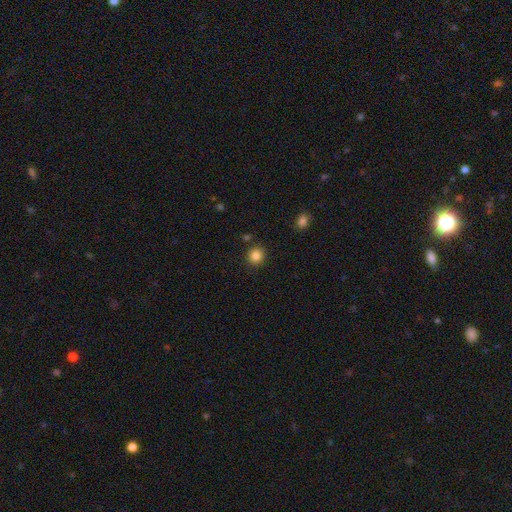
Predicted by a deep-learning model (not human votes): Smooth or featured? smooth (85%)
How rounded? round (92%)
Merging? none (89%)